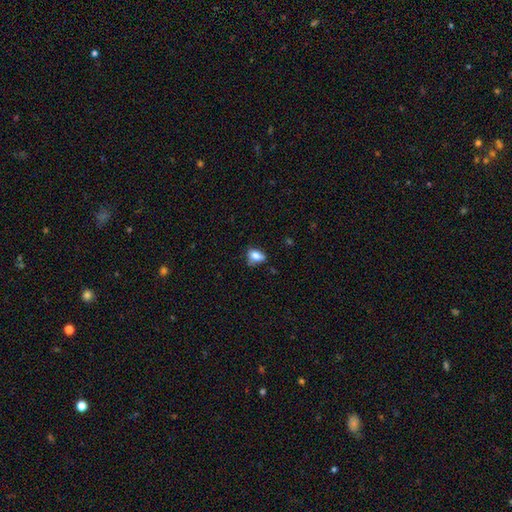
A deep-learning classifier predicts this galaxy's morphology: Smooth or featured? smooth (78%)
How rounded? in between (76%)
Merging? none (49%)